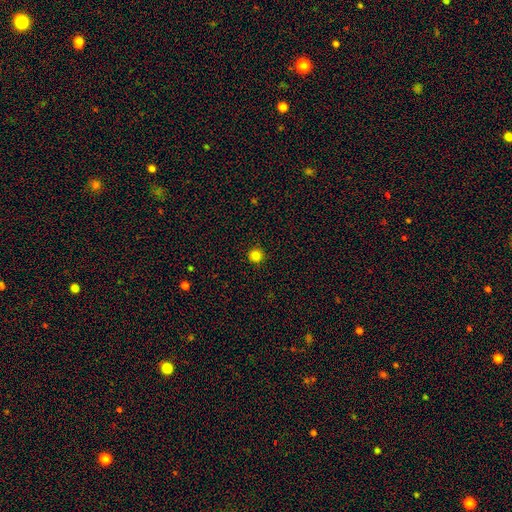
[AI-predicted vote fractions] Smooth or featured: smooth — 83% (star or artifact — 14%)
How rounded: round — 96% (in between — 3%)
Merging: none — 92% (minor disturbance — 5%)